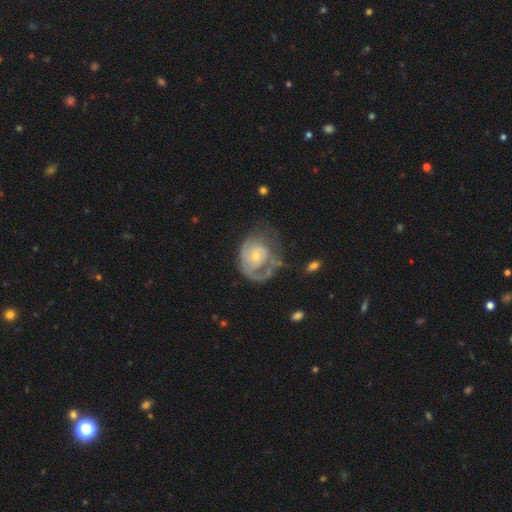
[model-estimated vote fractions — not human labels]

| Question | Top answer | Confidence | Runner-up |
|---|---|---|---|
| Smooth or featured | featured or disk | 69% | smooth (24%) |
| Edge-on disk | no | 97% | yes (3%) |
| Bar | no | 81% | weak (16%) |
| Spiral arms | yes | 69% | no (31%) |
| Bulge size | small | 60% | moderate (35%) |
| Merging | none | 37% | major disturbance (34%) |